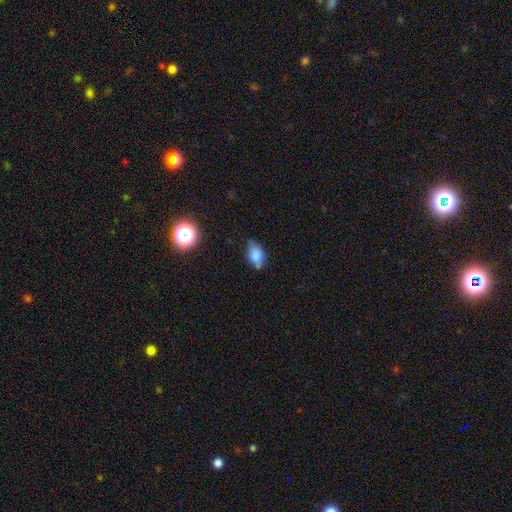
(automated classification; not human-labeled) This appears to be a smooth galaxy with no disk features (78%) that is in between round and cigar-shaped (85%). Merging: none (57%).